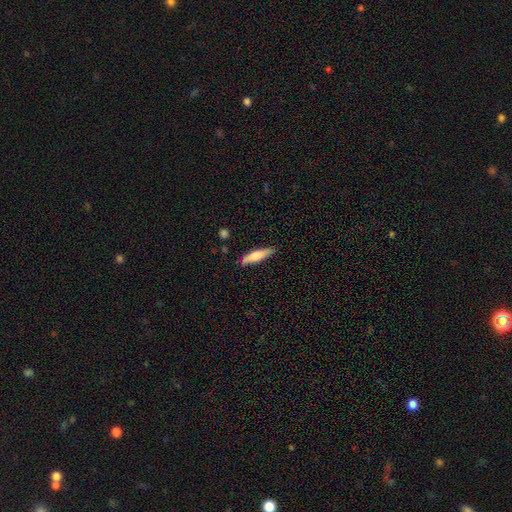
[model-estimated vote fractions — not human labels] smooth_or_featured: smooth (p=0.65) [alt: featured or disk p=0.30]
how_rounded: cigar-shaped (p=0.74) [alt: in between p=0.24]
merging: none (p=0.84) [alt: minor disturbance p=0.12]